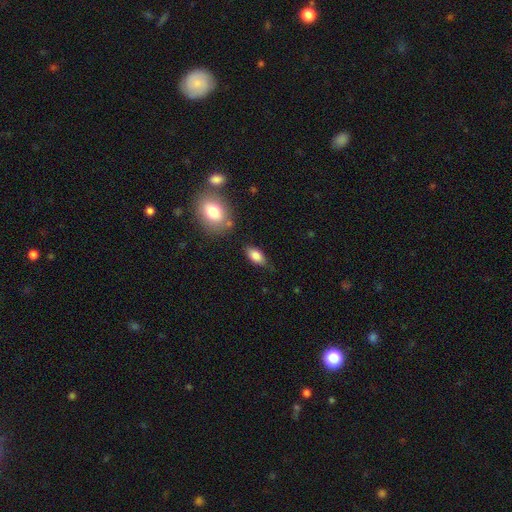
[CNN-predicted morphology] smooth 82%, featured or disk 10%, star or artifact 8%. Down the decision tree: how rounded — in between (89%); merging — none (77%).